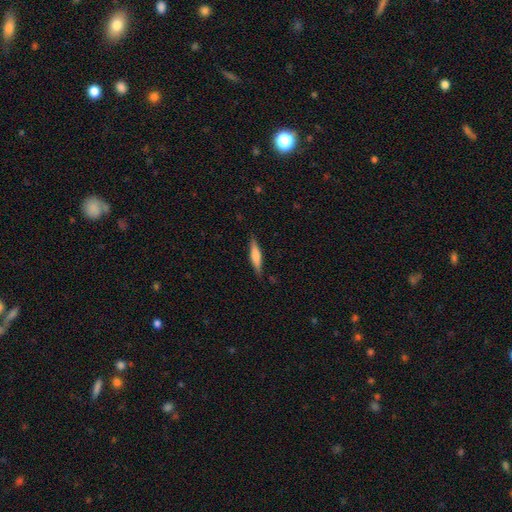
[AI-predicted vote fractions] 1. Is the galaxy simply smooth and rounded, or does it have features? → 58% smooth, 36% featured or disk, 6% star or artifact.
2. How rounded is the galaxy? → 84% cigar-shaped, 15% in between, 2% round.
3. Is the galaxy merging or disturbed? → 86% none, 10% minor disturbance, 2% major disturbance, 1% merger.